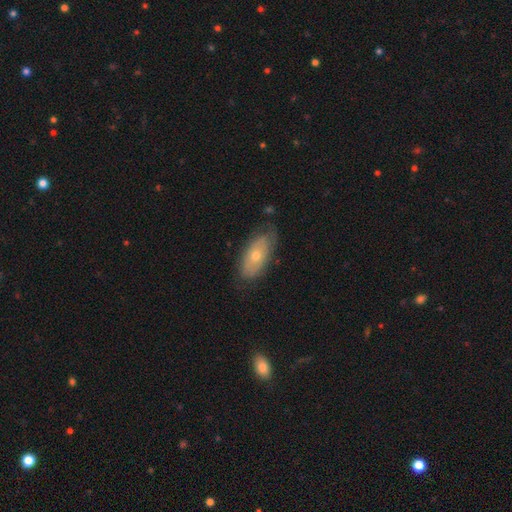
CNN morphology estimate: Smooth or featured: smooth — 49% (featured or disk — 44%)
Merging: none — 69% (minor disturbance — 24%)